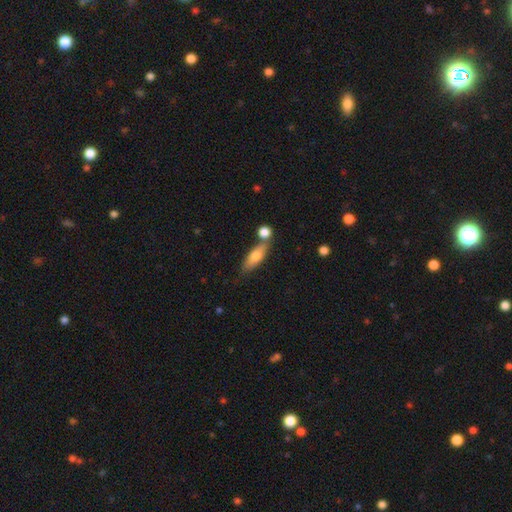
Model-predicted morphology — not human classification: Overall: smooth (71%). How rounded: in between (56%; cigar-shaped 41%). Merging: none (58%; merger 24%).